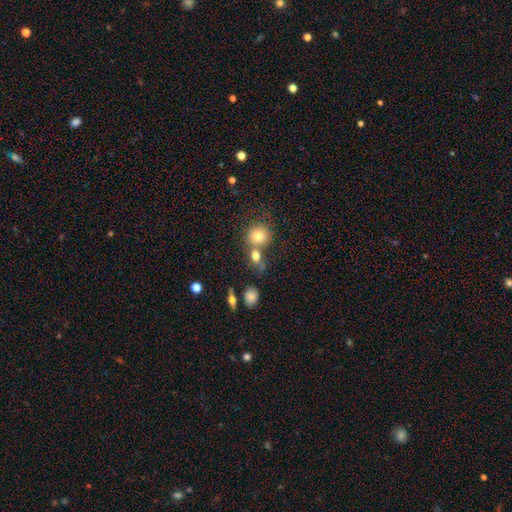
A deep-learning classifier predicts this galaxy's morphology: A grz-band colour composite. It shows a smooth galaxy with no disk features (76%) that is round (65%). Merging: none (43%).